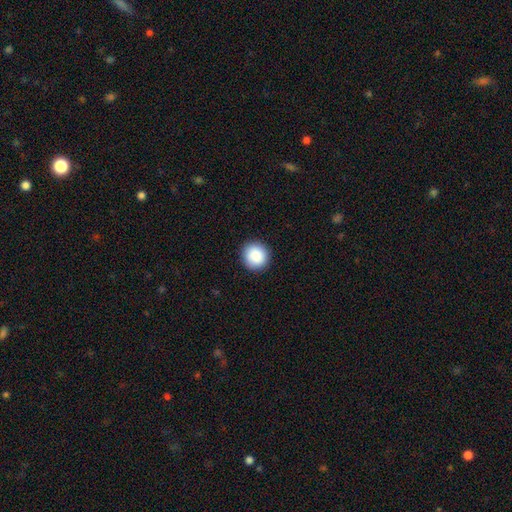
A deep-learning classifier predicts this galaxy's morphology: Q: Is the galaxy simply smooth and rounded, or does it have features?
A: smooth — 89%.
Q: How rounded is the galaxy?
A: round — 93%.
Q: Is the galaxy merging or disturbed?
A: none — 92%.